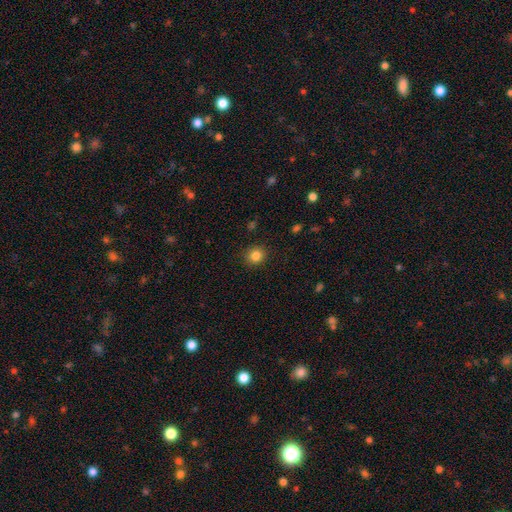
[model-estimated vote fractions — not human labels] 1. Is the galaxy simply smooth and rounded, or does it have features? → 84% smooth, 11% star or artifact, 5% featured or disk.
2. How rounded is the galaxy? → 87% round, 12% in between, 1% cigar-shaped.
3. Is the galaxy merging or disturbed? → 90% none, 7% minor disturbance, 2% major disturbance, 1% merger.